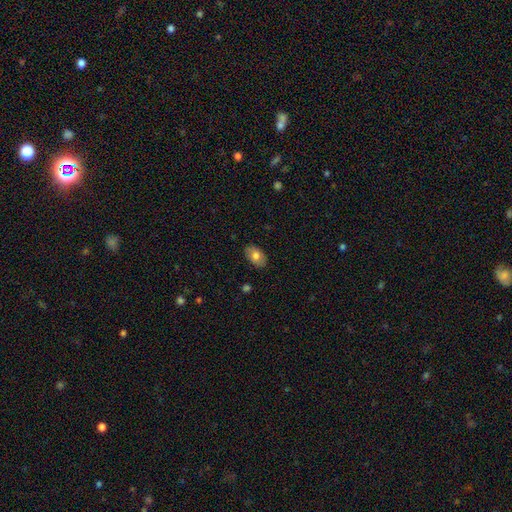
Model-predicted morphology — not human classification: A smooth galaxy with no disk features (76%) that is in between round and cigar-shaped (91%).

Vote fractions:
- Smooth or featured? smooth: 76% / featured or disk: 18% / star or artifact: 7%
- How rounded? in between: 91% / round: 8% / cigar-shaped: 1%
- Merging? none: 86% / minor disturbance: 11% / major disturbance: 2% / merger: 1%